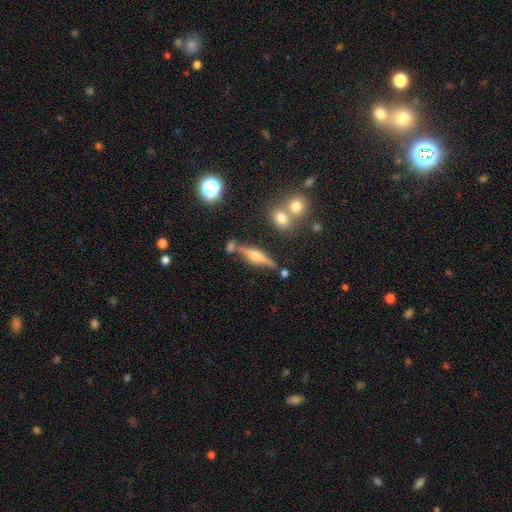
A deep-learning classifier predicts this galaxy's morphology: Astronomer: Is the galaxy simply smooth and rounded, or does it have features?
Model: featured or disk — 64%.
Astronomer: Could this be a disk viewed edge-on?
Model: yes — 94%.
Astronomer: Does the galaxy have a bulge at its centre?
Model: rounded — 83%.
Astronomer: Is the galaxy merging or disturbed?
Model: none — 72%.